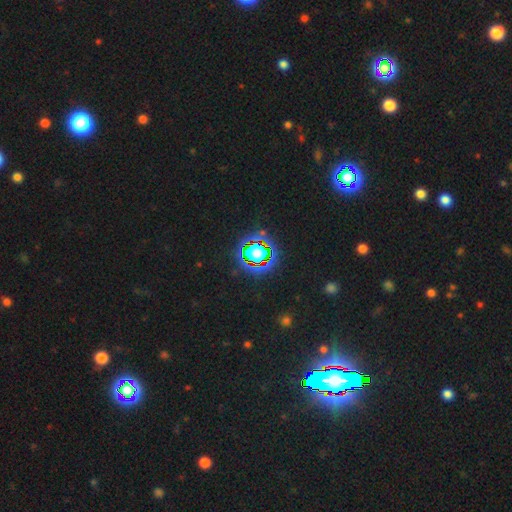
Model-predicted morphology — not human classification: Smooth or featured: star or artifact — 67% (smooth — 20%)